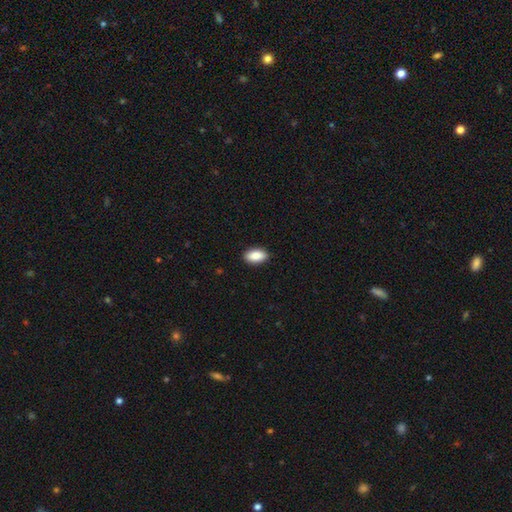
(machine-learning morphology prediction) A smooth galaxy with no disk features (90%) that is in between round and cigar-shaped (94%).

Vote fractions:
- Smooth or featured? smooth: 90% / star or artifact: 6% / featured or disk: 4%
- How rounded? in between: 94% / round: 3% / cigar-shaped: 3%
- Merging? none: 90% / minor disturbance: 7% / major disturbance: 2% / merger: 1%